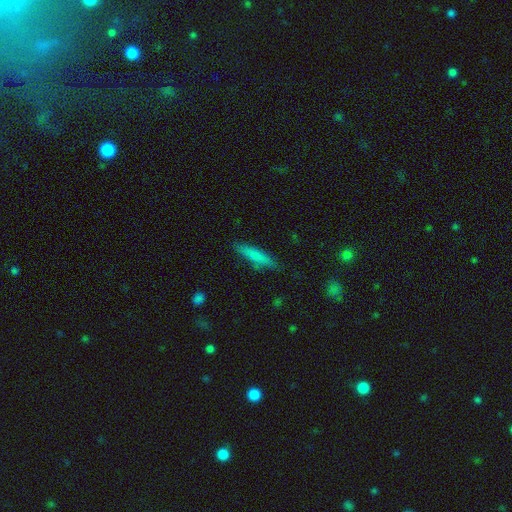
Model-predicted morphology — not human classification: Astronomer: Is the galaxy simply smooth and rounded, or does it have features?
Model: smooth — 75%.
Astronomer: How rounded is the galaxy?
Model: cigar-shaped — 85%.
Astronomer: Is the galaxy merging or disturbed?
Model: none — 82%.